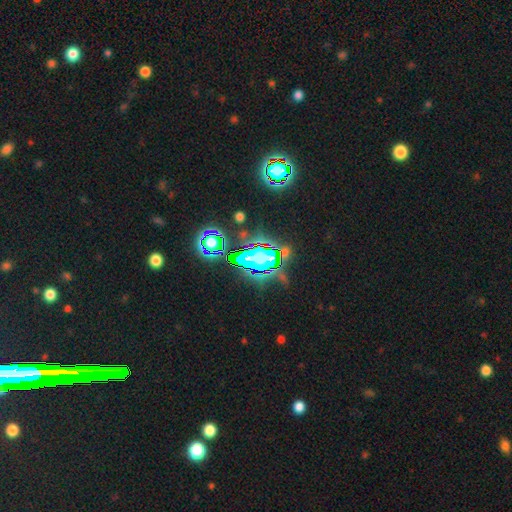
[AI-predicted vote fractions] A star or artifact, not a galaxy (67%).

Vote fractions:
- Smooth or featured? star or artifact: 67% / smooth: 17% / featured or disk: 16%